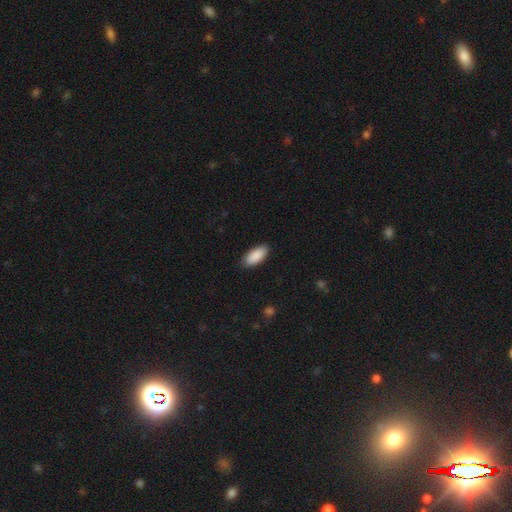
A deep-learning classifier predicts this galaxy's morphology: smooth_or_featured: smooth (p=0.91) [alt: star or artifact p=0.06]
how_rounded: in between (p=0.89) [alt: cigar-shaped p=0.10]
merging: none (p=0.88) [alt: minor disturbance p=0.09]